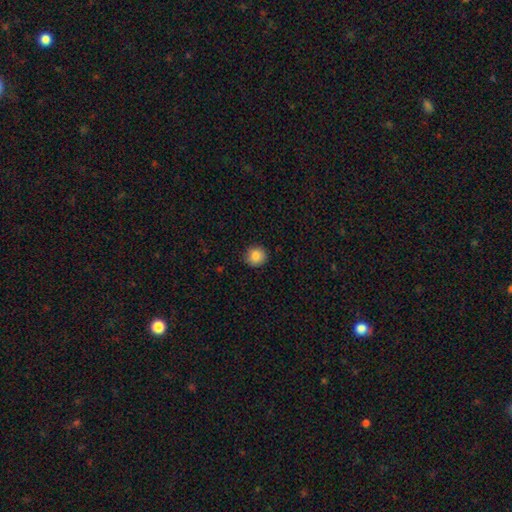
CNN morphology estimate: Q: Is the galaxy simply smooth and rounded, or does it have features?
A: smooth — 86%.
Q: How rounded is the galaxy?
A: round — 88%.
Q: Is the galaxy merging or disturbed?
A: none — 89%.